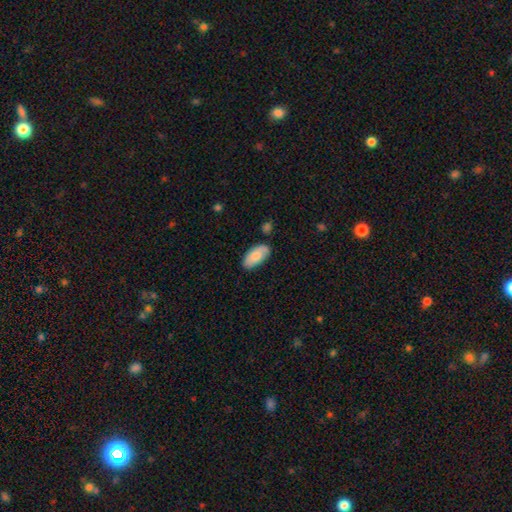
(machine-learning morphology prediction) Smooth or featured? smooth (79%)
How rounded? in between (94%)
Merging? none (76%)